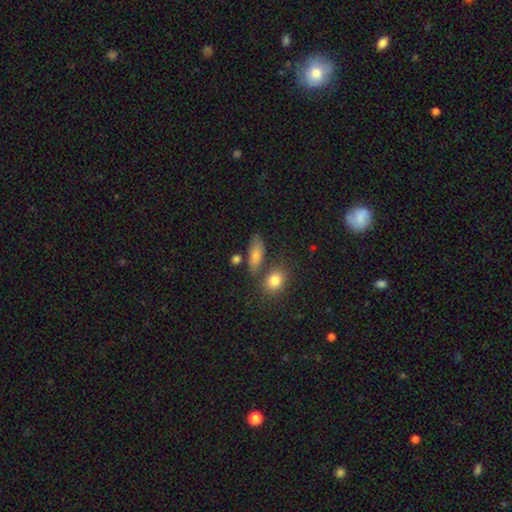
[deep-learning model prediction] Smooth or featured: smooth — 80% (featured or disk — 11%)
How rounded: in between — 79% (cigar-shaped — 14%)
Merging: none — 64% (minor disturbance — 16%)